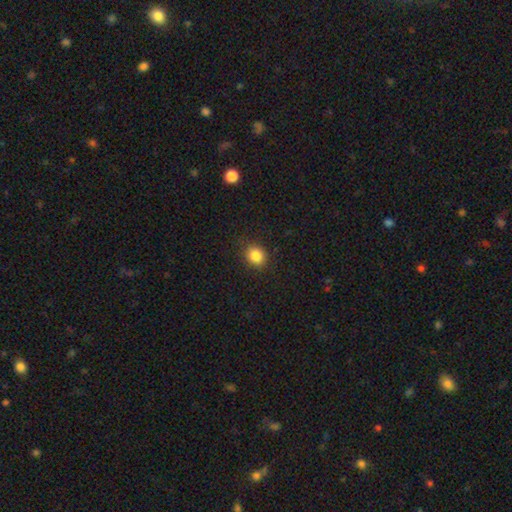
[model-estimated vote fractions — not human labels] Overall: smooth (85%). How rounded: round (62%; in between 37%). Merging: none (87%).